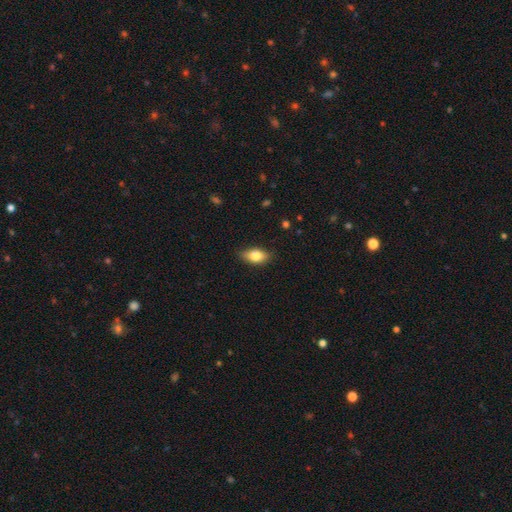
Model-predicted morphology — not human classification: smooth-or-featured: smooth: 77% | featured or disk: 16% | star or artifact: 7%
  how-rounded: in between: 86% | cigar-shaped: 8% | round: 6%
  merging: none: 83% | minor disturbance: 13% | major disturbance: 3% | merger: 1%